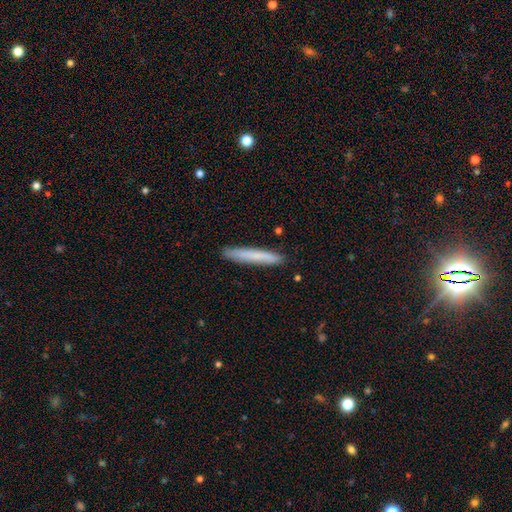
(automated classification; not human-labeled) Smooth or featured: smooth — 73% (featured or disk — 21%)
How rounded: cigar-shaped — 96% (in between — 3%)
Merging: none — 90% (minor disturbance — 7%)